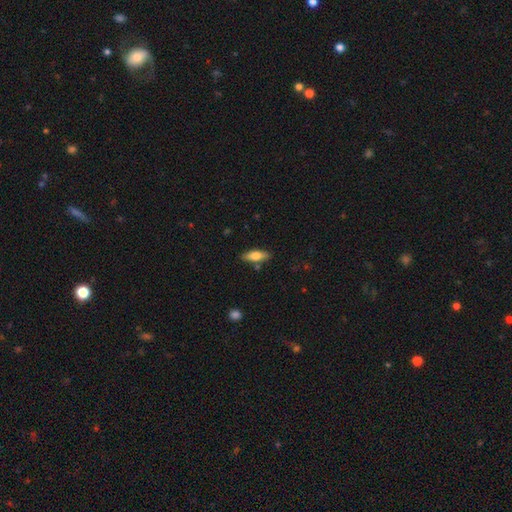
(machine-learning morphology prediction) Smooth or featured: smooth — 68% (featured or disk — 26%)
How rounded: in between — 62% (cigar-shaped — 35%)
Merging: none — 81% (minor disturbance — 12%)